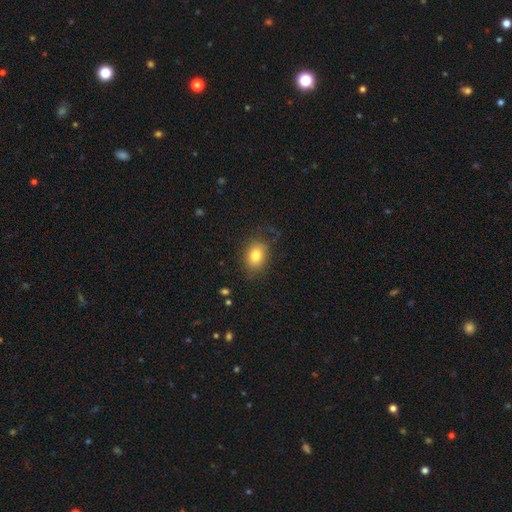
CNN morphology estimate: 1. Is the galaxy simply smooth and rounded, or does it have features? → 80% smooth, 10% featured or disk, 9% star or artifact.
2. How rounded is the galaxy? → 63% in between, 35% round, 1% cigar-shaped.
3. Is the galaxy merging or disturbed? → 77% none, 16% minor disturbance, 5% major disturbance, 1% merger.